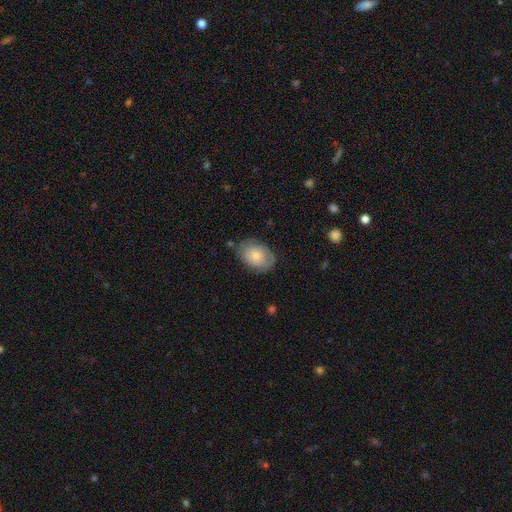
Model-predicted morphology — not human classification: Overall: smooth (71%). How rounded: in between (80%). Merging: none (70%).